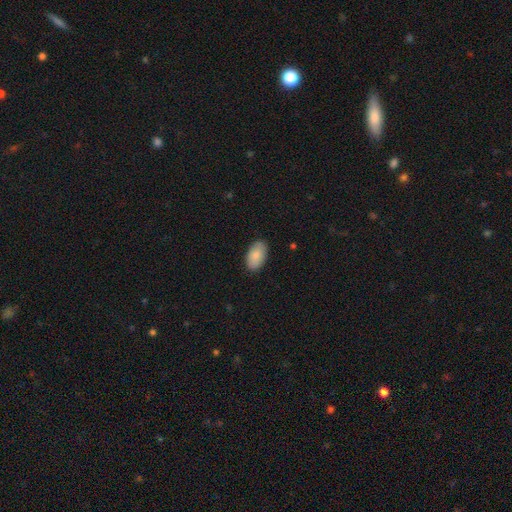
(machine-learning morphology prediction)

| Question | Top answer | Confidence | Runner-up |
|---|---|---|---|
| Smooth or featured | smooth | 87% | featured or disk (7%) |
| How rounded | in between | 94% | round (4%) |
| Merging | none | 86% | minor disturbance (11%) |